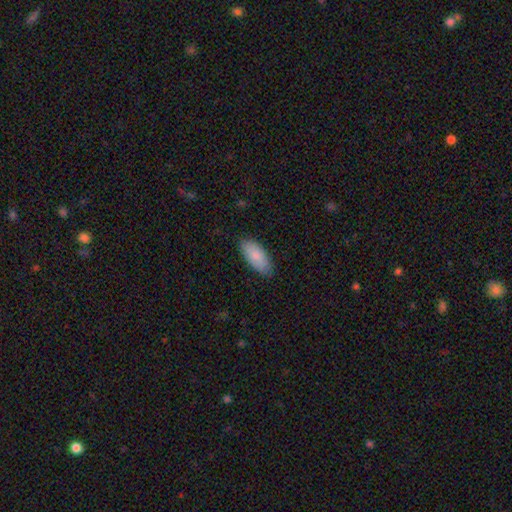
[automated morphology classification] Smooth or featured? smooth (87%)
How rounded? in between (89%)
Merging? none (84%)